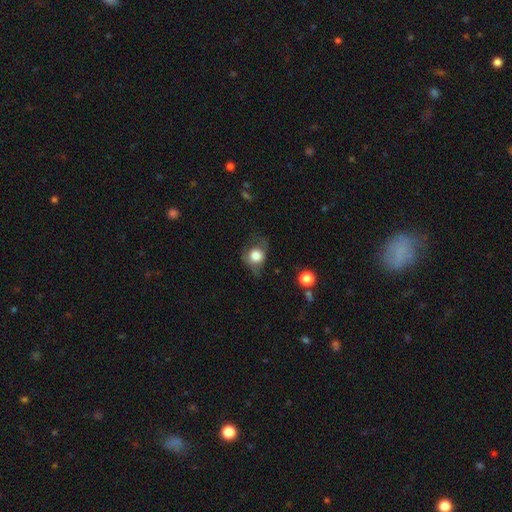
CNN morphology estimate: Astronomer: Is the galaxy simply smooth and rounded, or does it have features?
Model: smooth — 71%.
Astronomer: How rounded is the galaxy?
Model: round — 68%.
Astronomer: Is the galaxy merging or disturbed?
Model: none — 48% (runner-up: minor disturbance, 28%).